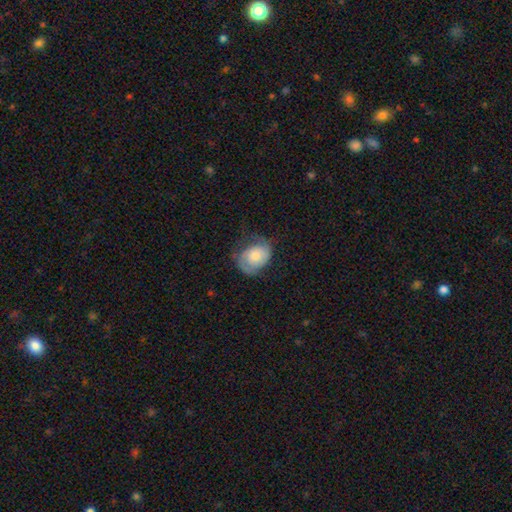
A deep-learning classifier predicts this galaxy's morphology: This is possibly a smooth galaxy (47%). Merging: possibly none (49%).